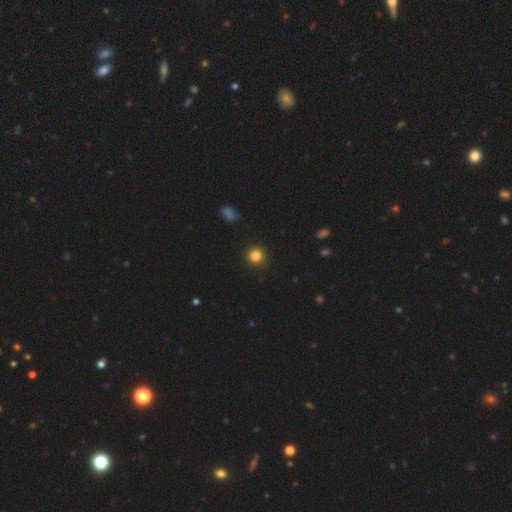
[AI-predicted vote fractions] Smooth or featured? Predicted: smooth (p=0.84). How rounded? Predicted: round (p=0.93). Merging? Predicted: none (p=0.91).